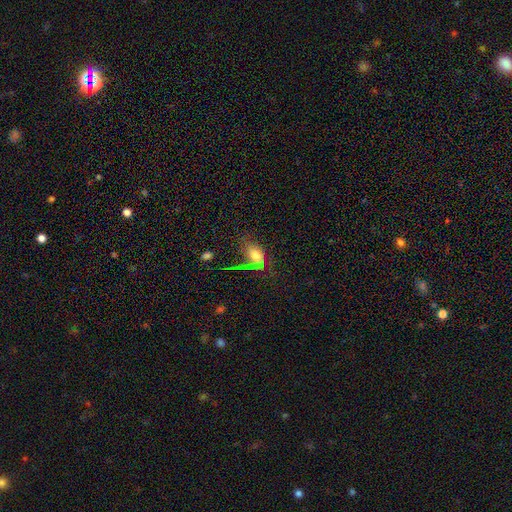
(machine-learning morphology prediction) A smooth galaxy with no disk features (63%) that is in between round and cigar-shaped (78%). Merging: none (36%).